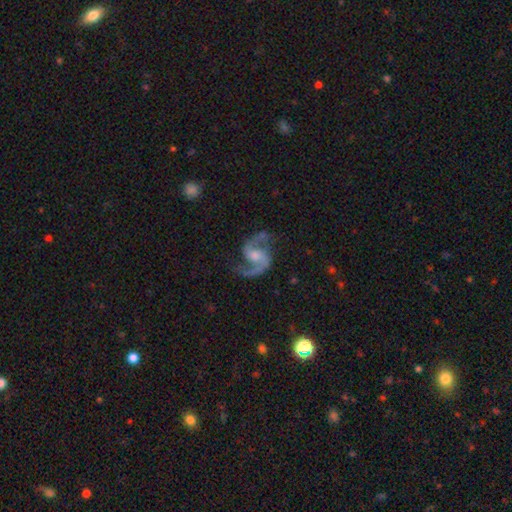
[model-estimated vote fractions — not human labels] This is clearly a featured or disk galaxy (93%). It is clearly not viewed edge-on (98%). Bar: marginally weak (45%). Spiral arm pattern: clearly yes (98%). Spiral arm count: clearly 2 (94%). Spiral winding: possibly medium (58%). Central bulge: marginally moderate (44%). Merging: likely none (77%).